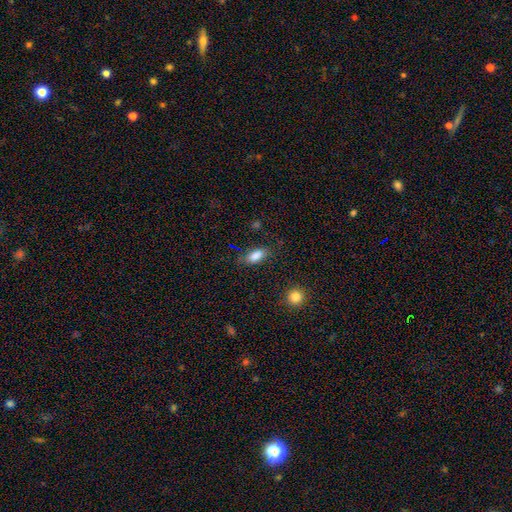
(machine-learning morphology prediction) A smooth galaxy with no disk features (84%) that is in between round and cigar-shaped (86%). Merging: none (77%).